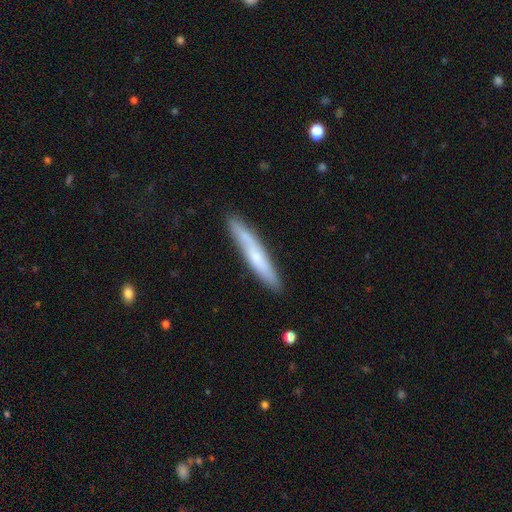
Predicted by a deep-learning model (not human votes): Overall: smooth (50%; featured or disk 44%). How rounded: cigar-shaped (92%). Merging: none (82%).